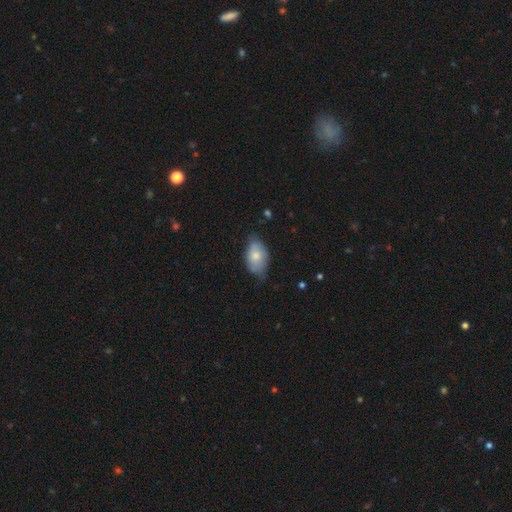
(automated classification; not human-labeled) Morphology: type=smooth (73%); roundness=in between (92%); merging=none (52%).